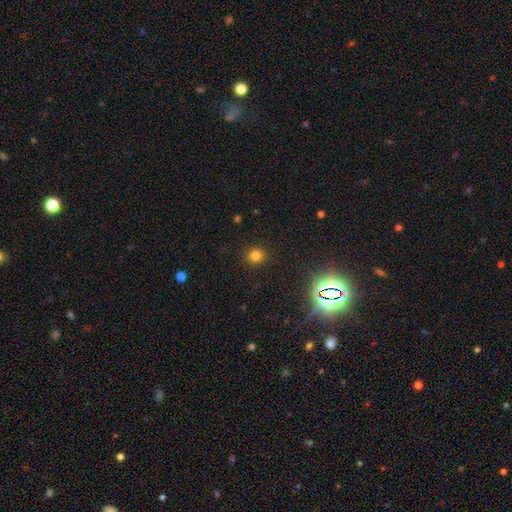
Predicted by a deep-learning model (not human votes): This is likely a smooth galaxy (77%). How rounded: clearly round (89%). Merging: clearly none (90%).